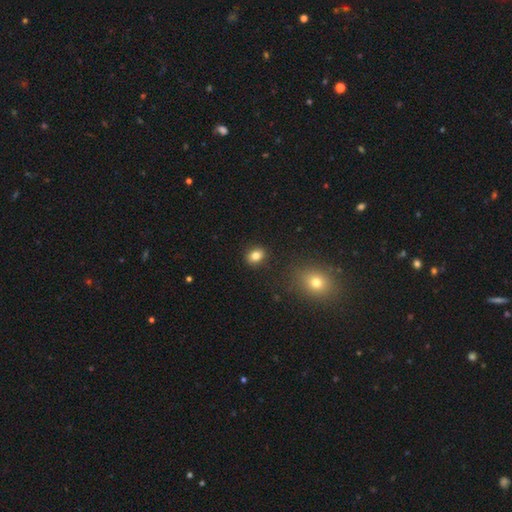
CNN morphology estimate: smooth 81%, star or artifact 11%, featured or disk 8%. Down the decision tree: how rounded — in between (53%); merging — none (88%).